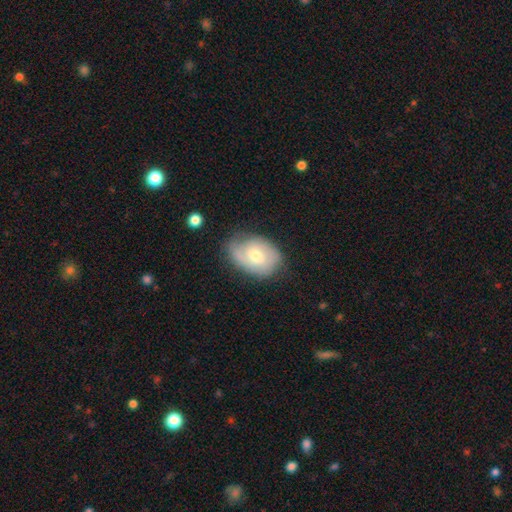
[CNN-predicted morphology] type=featured or disk (57%); edge-on=no (96%); bar=no (56%); spiral arms=yes (82%); bulge=moderate (58%); merging=none (65%).